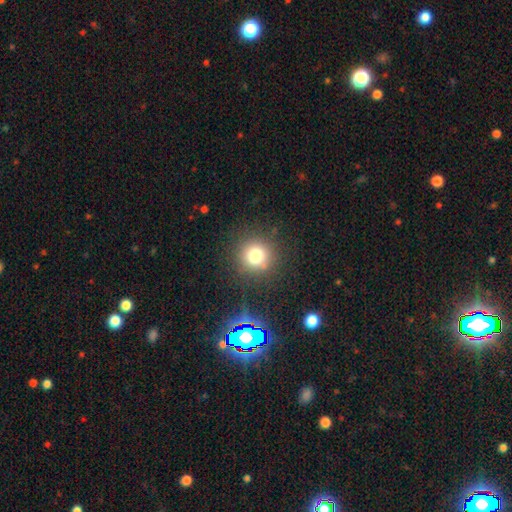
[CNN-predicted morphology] A smooth galaxy with no disk features (73%) that is round (94%).

Vote fractions:
- Smooth or featured? smooth: 73% / star or artifact: 19% / featured or disk: 8%
- How rounded? round: 94% / in between: 6% / cigar-shaped: 1%
- Merging? none: 86% / minor disturbance: 8% / major disturbance: 4% / merger: 3%